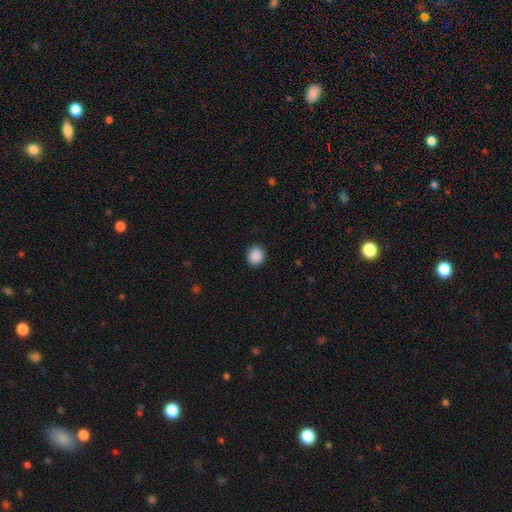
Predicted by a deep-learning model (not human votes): Smooth or featured? smooth (89%)
How rounded? round (81%)
Merging? none (91%)